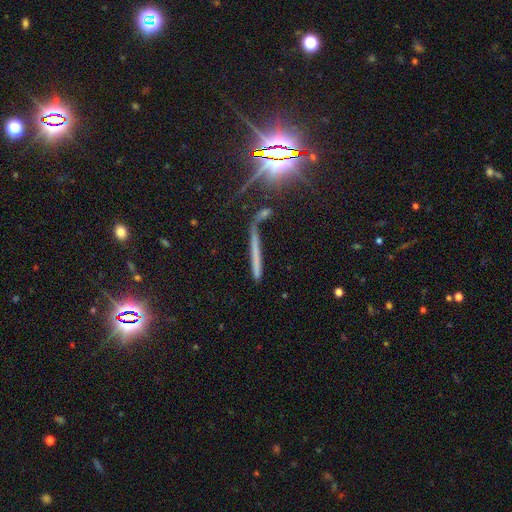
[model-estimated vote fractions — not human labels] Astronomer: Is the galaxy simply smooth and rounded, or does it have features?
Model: smooth — 39% (runner-up: featured or disk, 32%).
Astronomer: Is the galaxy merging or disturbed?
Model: none — 66%.